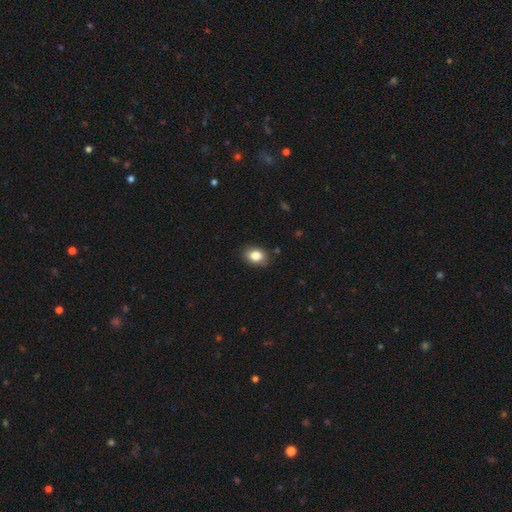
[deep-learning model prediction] The model was most divided on "how rounded": in between: 69%, round: 29%, cigar-shaped: 1%. More confident: merging — none (84%); smooth or featured — smooth (83%).